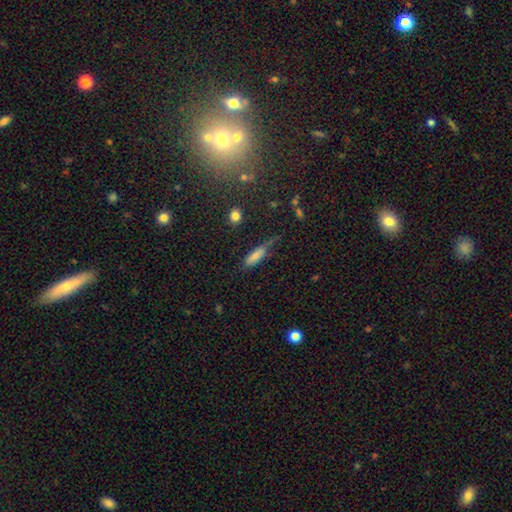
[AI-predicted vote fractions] Overall: smooth (75%). How rounded: cigar-shaped (51%; in between 46%). Merging: none (50%; minor disturbance 30%).